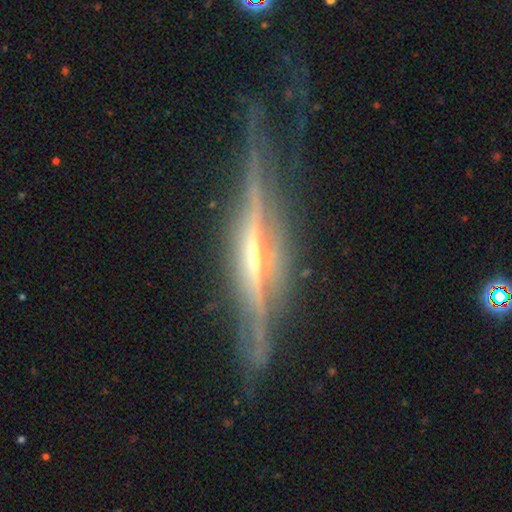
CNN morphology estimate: This appears to be a featured or disk galaxy (85%) viewed edge-on (93%) with a rounded central bulge (63%). Merging: none (73%).